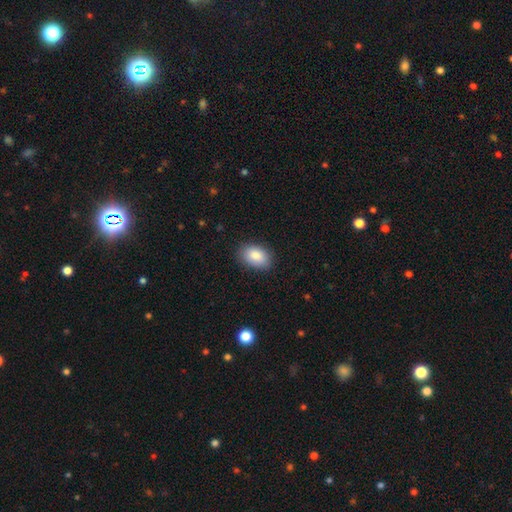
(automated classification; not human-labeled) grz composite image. It shows a smooth galaxy with no disk features (87%) that is in between round and cigar-shaped (88%). Merging: none (85%).